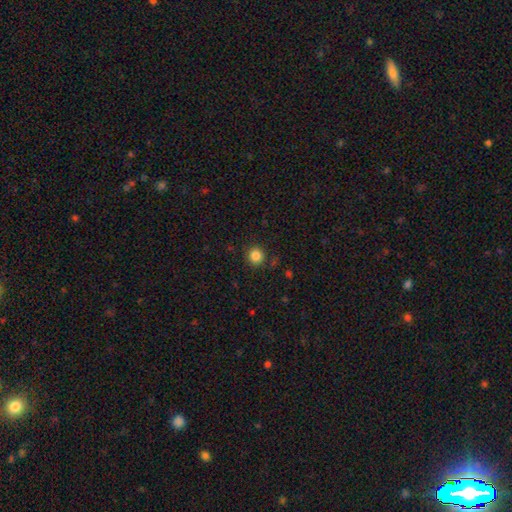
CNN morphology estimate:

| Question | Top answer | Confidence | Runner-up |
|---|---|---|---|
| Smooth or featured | smooth | 85% | star or artifact (11%) |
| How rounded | round | 93% | in between (6%) |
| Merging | none | 89% | minor disturbance (7%) |